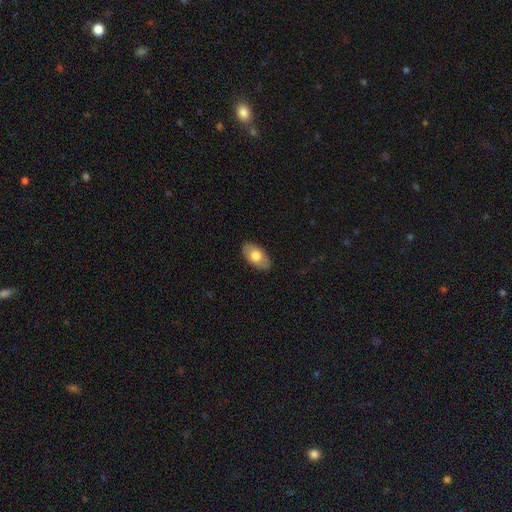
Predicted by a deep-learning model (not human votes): Overall: smooth (72%). How rounded: in between (94%). Merging: none (87%).